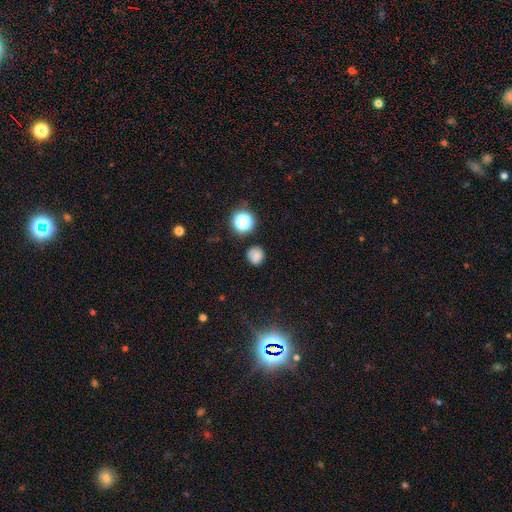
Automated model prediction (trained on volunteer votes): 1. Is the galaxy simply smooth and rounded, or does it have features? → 76% smooth, 17% star or artifact, 7% featured or disk.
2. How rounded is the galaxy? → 86% round, 13% in between, 1% cigar-shaped.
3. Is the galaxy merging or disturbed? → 79% none, 14% minor disturbance, 4% major disturbance, 3% merger.